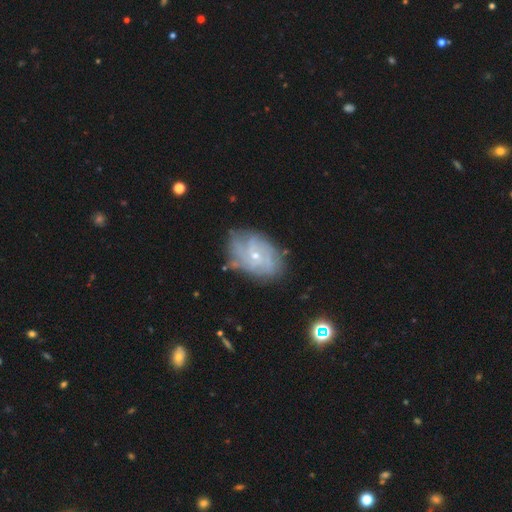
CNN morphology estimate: Smooth or featured: featured or disk — 81% (smooth — 12%)
Edge-on disk: no — 96% (yes — 4%)
Bar: no — 72% (weak — 24%)
Spiral arms: yes — 92% (no — 8%)
Spiral winding: tight — 60% (medium — 30%)
Spiral arm count: can't tell — 41% (4 — 16%)
Bulge size: small — 72% (moderate — 25%)
Merging: none — 71% (minor disturbance — 20%)